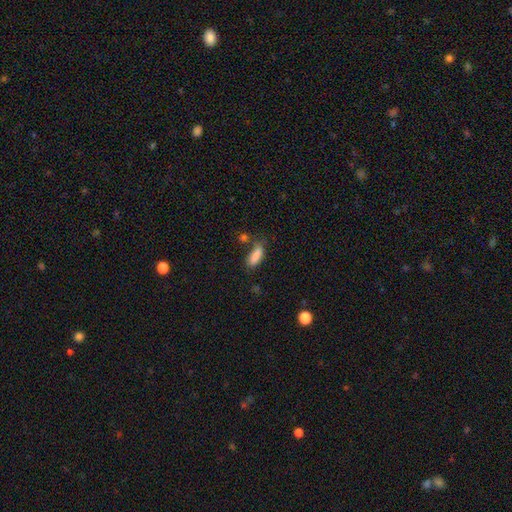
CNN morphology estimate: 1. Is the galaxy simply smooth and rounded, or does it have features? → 86% smooth, 8% star or artifact, 6% featured or disk.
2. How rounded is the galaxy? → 71% in between, 27% cigar-shaped, 2% round.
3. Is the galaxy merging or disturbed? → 61% none, 22% minor disturbance, 10% merger, 7% major disturbance.